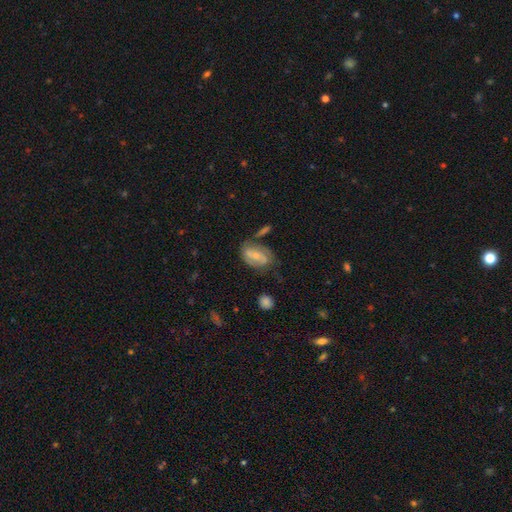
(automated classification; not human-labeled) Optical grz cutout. It shows a featured or disk galaxy (52%). Merging: none (51%).